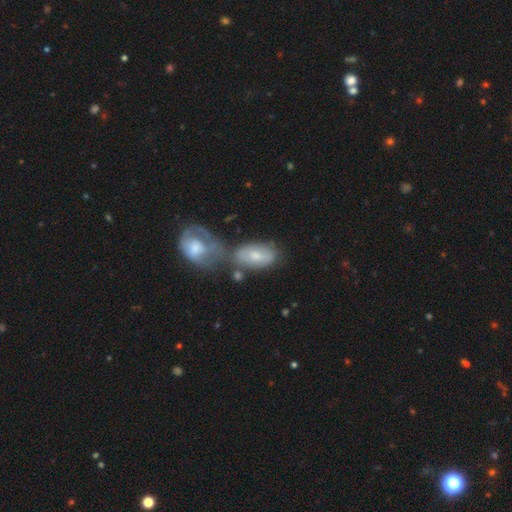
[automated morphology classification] Smooth or featured: smooth — 59% (featured or disk — 34%)
How rounded: in between — 91% (round — 6%)
Merging: none — 39% (merger — 36%)